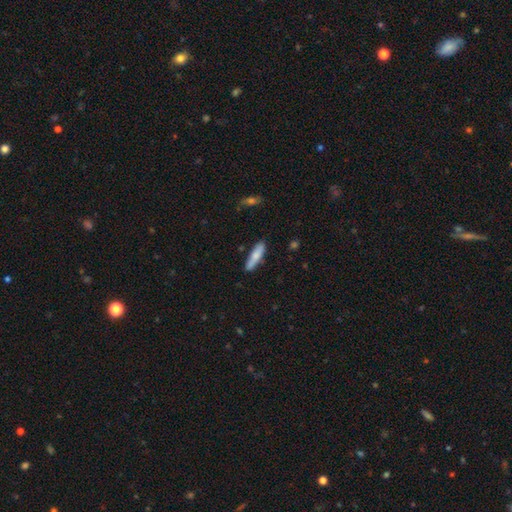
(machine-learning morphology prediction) Smooth or featured? Predicted: smooth (p=0.75). How rounded? Predicted: cigar-shaped (p=0.76). Merging? Predicted: none (p=0.84).